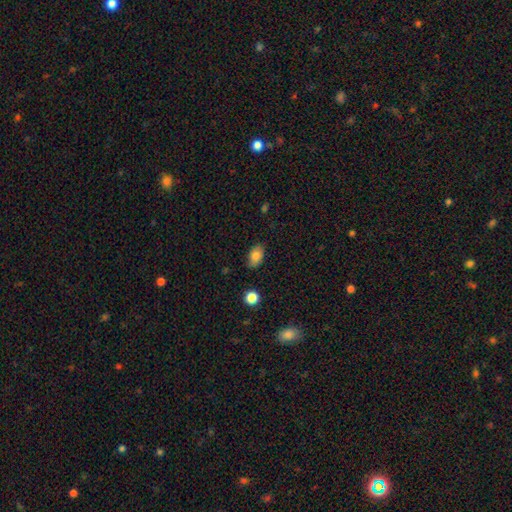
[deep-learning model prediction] This is clearly a smooth galaxy (83%). How rounded: clearly in between (87%). Merging: clearly none (80%).